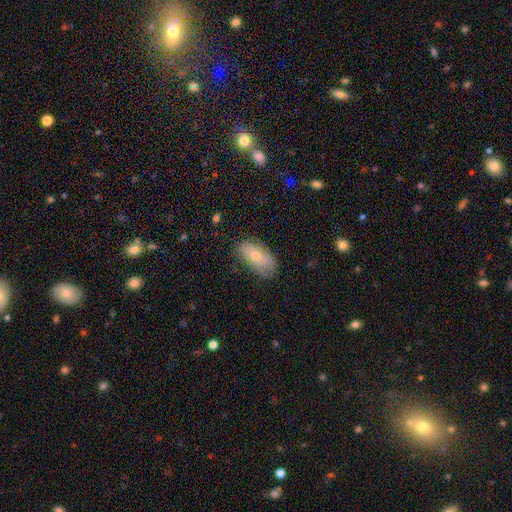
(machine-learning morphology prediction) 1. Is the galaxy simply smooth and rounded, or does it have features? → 68% smooth, 24% featured or disk, 8% star or artifact.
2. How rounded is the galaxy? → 91% in between, 5% cigar-shaped, 4% round.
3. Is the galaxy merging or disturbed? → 75% none, 20% minor disturbance, 4% major disturbance, 1% merger.